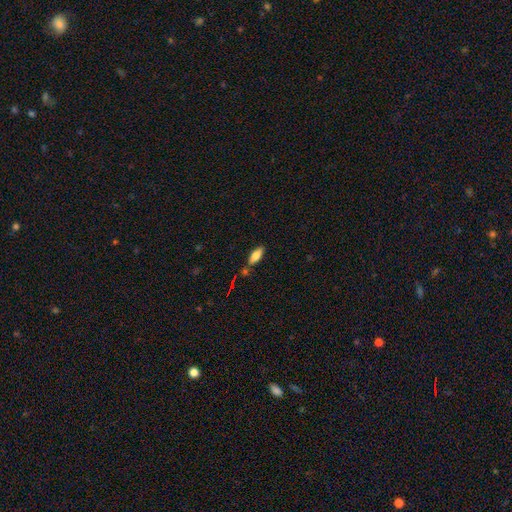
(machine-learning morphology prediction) type=smooth (75%); roundness=in between (72%); merging=none (76%).